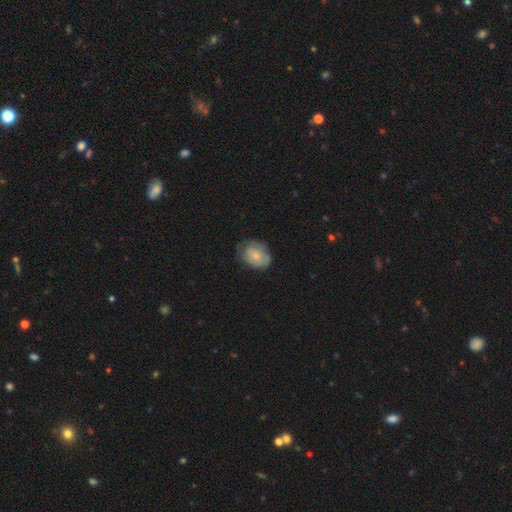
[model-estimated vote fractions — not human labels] smooth_or_featured: smooth (p=0.68) [alt: featured or disk p=0.25]
how_rounded: in between (p=0.65) [alt: round p=0.34]
merging: none (p=0.58) [alt: minor disturbance p=0.30]